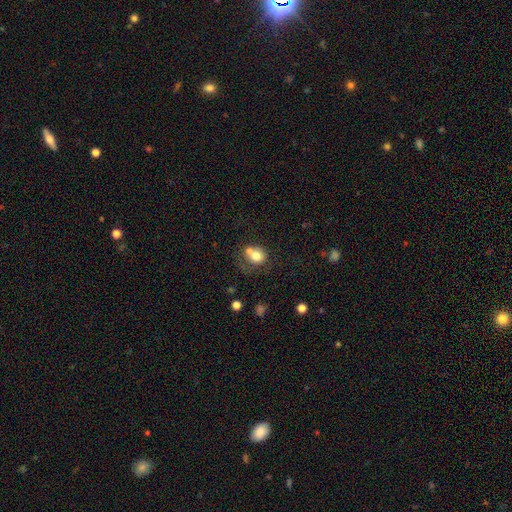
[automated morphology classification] Q: Smooth or featured?
A: smooth (74%); runner-up: featured or disk (16%)
Q: How rounded?
A: round (74%); runner-up: in between (25%)
Q: Merging?
A: merger (43%); runner-up: none (36%)